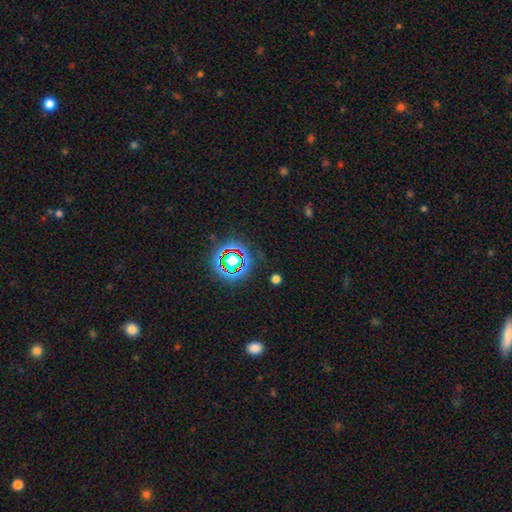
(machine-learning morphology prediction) This is likely a star or artifact rather than a galaxy (73%).